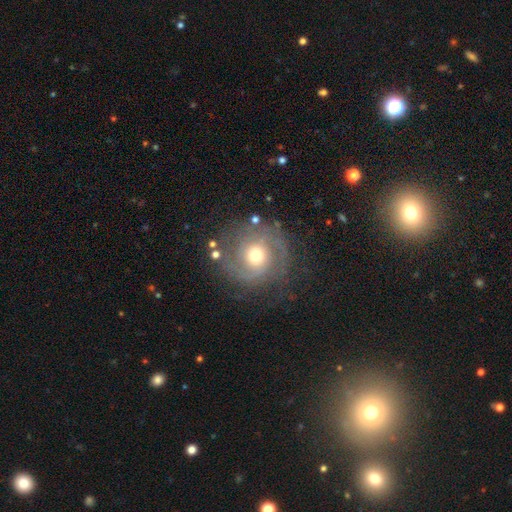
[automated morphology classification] This appears to be a featured or disk galaxy (70%) with no bar (77%), 2 (50%) tight (54%) spiral arms (86%) and a moderate central bulge (63%). Merging: none (72%).